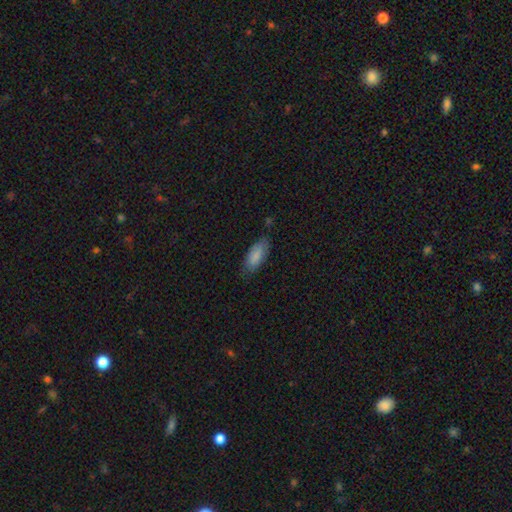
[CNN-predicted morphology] Overall: smooth (84%). How rounded: in between (80%). Merging: none (73%).